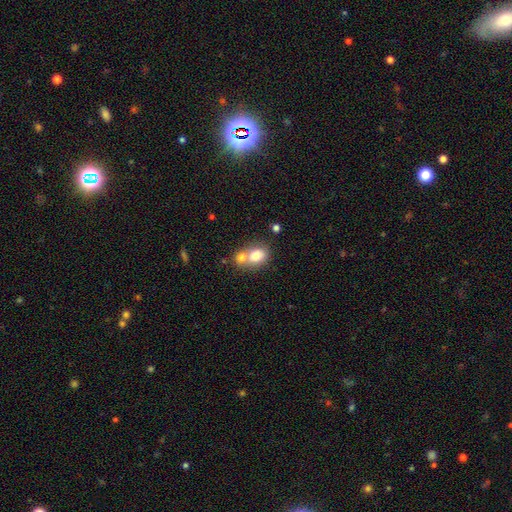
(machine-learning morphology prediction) Overall: smooth (75%). How rounded: in between (58%; round 41%). Merging: merger (58%; none 30%).